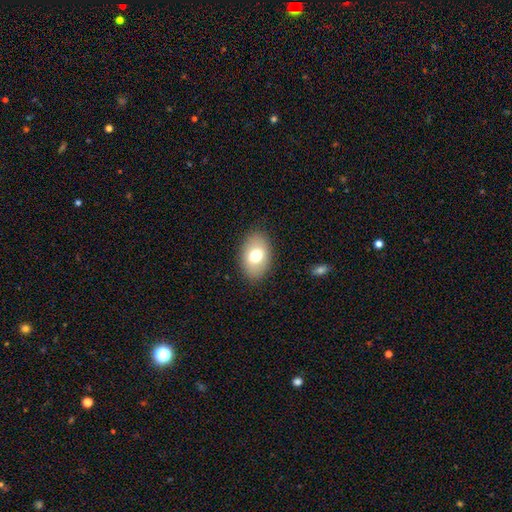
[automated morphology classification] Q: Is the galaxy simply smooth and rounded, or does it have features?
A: smooth — 73%.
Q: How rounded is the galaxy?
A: in between — 86%.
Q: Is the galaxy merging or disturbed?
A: none — 87%.